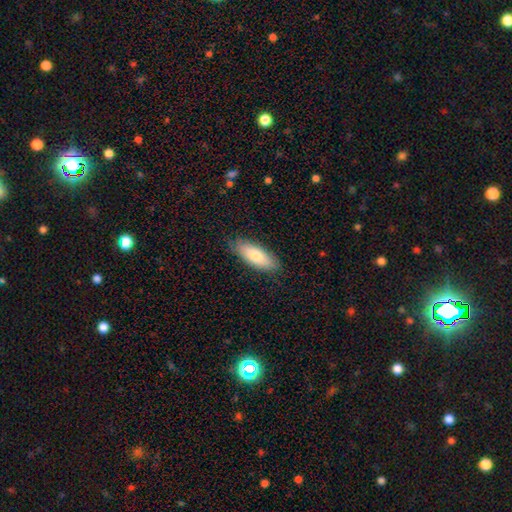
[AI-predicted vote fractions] Smooth or featured? smooth (75%)
How rounded? in between (72%)
Merging? none (84%)